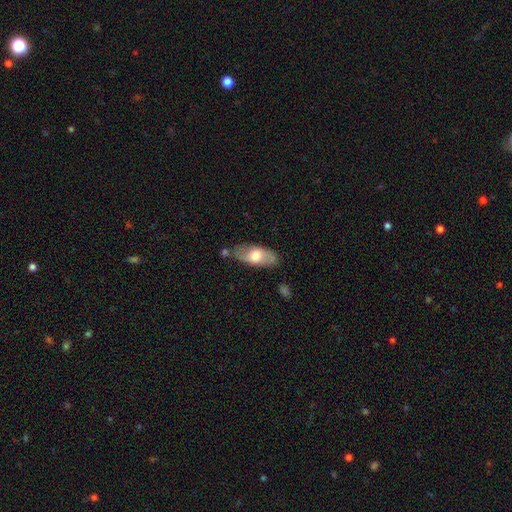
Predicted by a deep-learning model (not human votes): Morphology: type=smooth (54%); roundness=in between (84%); merging=none (75%).